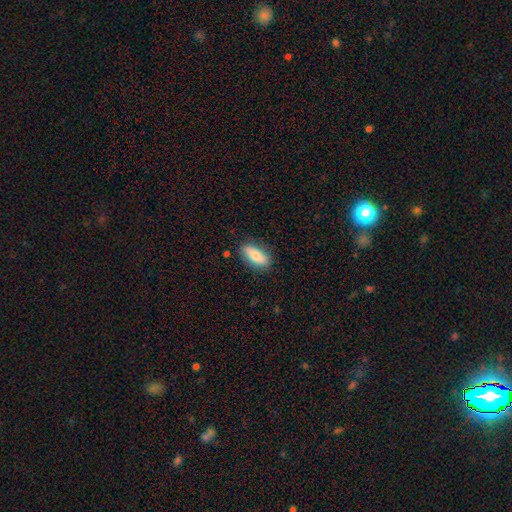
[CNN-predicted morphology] Smooth or featured? Predicted: smooth (p=0.76). How rounded? Predicted: in between (p=0.83). Merging? Predicted: none (p=0.81).